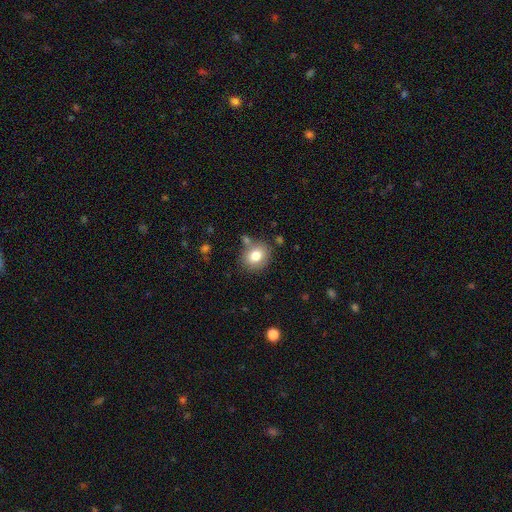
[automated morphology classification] Smooth or featured? Predicted: smooth (p=0.79). How rounded? Predicted: round (p=0.63). Merging? Predicted: none (p=0.75).